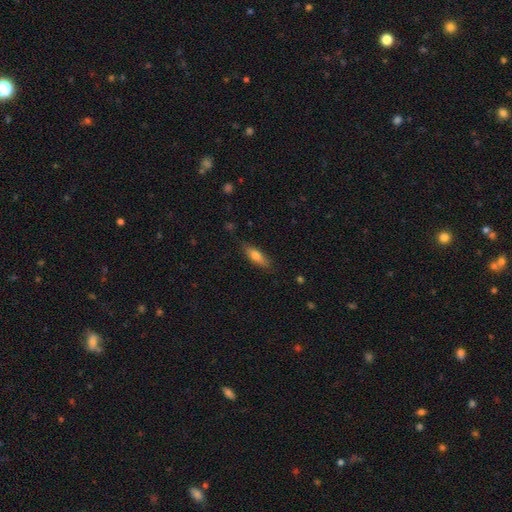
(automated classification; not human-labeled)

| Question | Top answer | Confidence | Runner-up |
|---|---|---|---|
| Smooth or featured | smooth | 71% | featured or disk (22%) |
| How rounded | in between | 53% | cigar-shaped (45%) |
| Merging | none | 81% | minor disturbance (15%) |